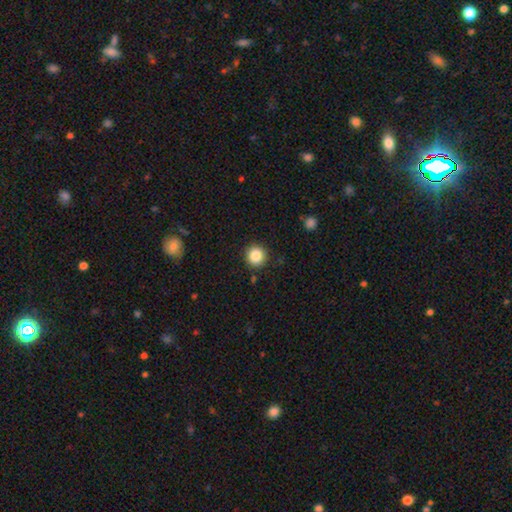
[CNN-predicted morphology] smooth_or_featured: smooth (p=0.86) [alt: star or artifact p=0.10]
how_rounded: round (p=0.94) [alt: in between p=0.05]
merging: none (p=0.90) [alt: minor disturbance p=0.07]